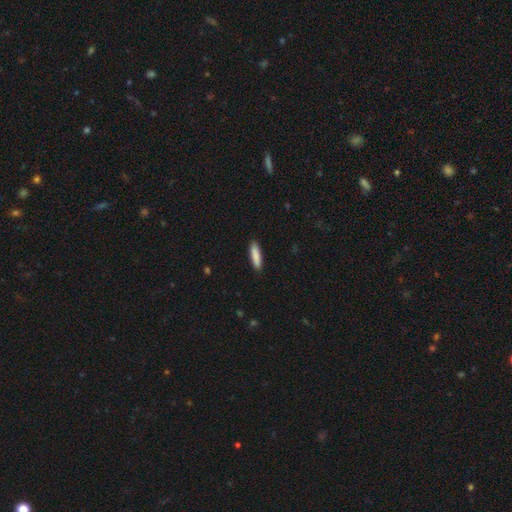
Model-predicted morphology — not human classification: Smooth or featured?
  - smooth: 88% *
  - featured or disk: 7%
  - star or artifact: 6%
How rounded?
  - cigar-shaped: 75% *
  - in between: 23%
  - round: 1%
Merging?
  - none: 90% *
  - minor disturbance: 8%
  - major disturbance: 2%
  - merger: 1%